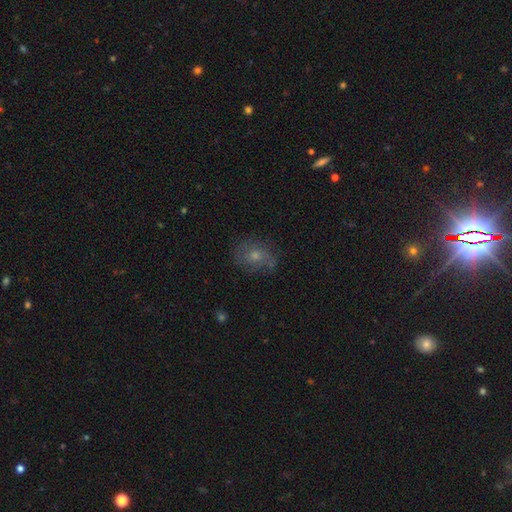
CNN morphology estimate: A smooth galaxy with no disk features (50%).

Vote fractions:
- Smooth or featured? smooth: 50% / featured or disk: 36% / star or artifact: 14%
- Merging? none: 66% / minor disturbance: 23% / major disturbance: 9% / merger: 2%